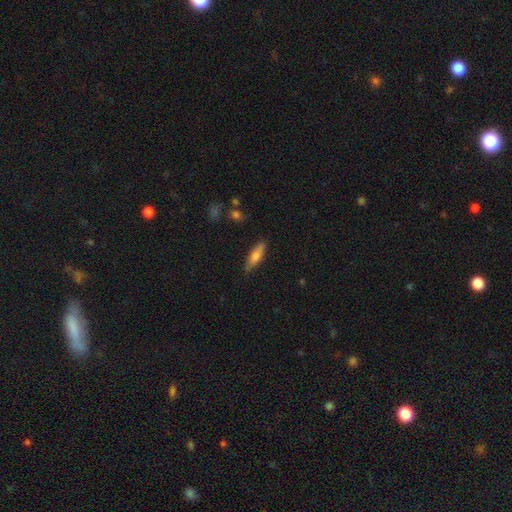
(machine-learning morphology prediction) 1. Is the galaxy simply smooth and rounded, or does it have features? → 72% smooth, 22% featured or disk, 6% star or artifact.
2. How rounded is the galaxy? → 61% cigar-shaped, 37% in between, 2% round.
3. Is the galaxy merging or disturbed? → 83% none, 13% minor disturbance, 2% major disturbance, 2% merger.